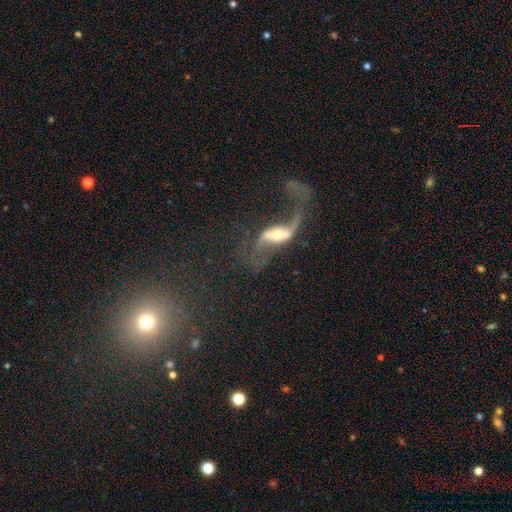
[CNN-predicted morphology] A featured or disk galaxy (71%) with no bar (39%), spiral arms (76%) and a moderate central bulge (47%).

Vote fractions:
- Smooth or featured? featured or disk: 71% / smooth: 15% / star or artifact: 14%
- Edge-on disk? no: 86% / yes: 14%
- Bar? no: 39% / weak: 38% / strong: 23%
- Spiral arms? yes: 76% / no: 24%
- Bulge size? moderate: 47% / small: 29% / large: 14% / none: 7% / dominant: 3%
- Merging? major disturbance: 46% / none: 28% / merger: 14% / minor disturbance: 13%